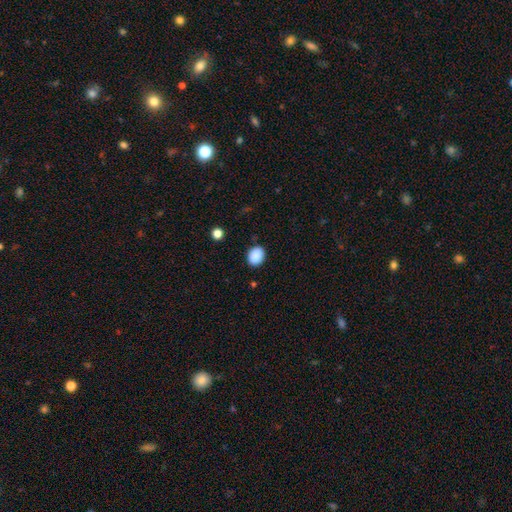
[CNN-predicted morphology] Overall: smooth (89%). How rounded: in between (52%; round 47%). Merging: none (86%).